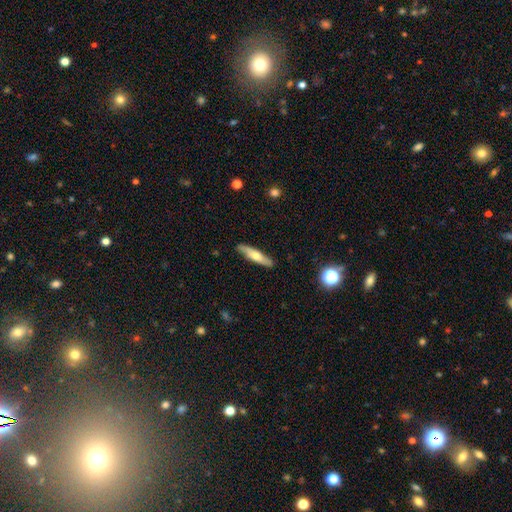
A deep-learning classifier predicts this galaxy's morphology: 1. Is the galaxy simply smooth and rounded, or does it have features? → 56% smooth, 38% featured or disk, 6% star or artifact.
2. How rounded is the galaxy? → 81% cigar-shaped, 17% in between, 2% round.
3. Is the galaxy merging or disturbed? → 87% none, 10% minor disturbance, 2% major disturbance, 1% merger.